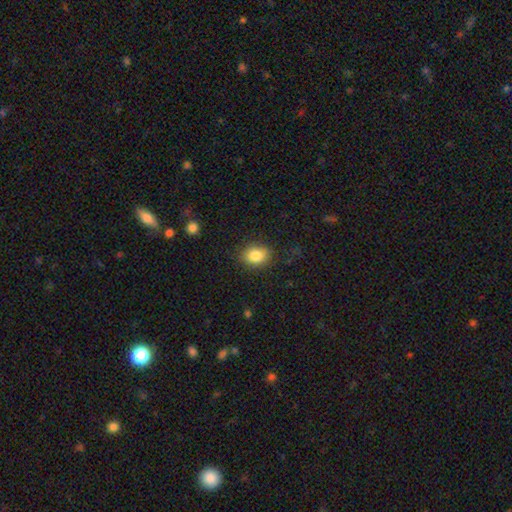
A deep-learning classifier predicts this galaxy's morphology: smooth_or_featured: smooth (p=0.84) [alt: star or artifact p=0.09]
how_rounded: in between (p=0.61) [alt: round p=0.38]
merging: none (p=0.84) [alt: minor disturbance p=0.12]